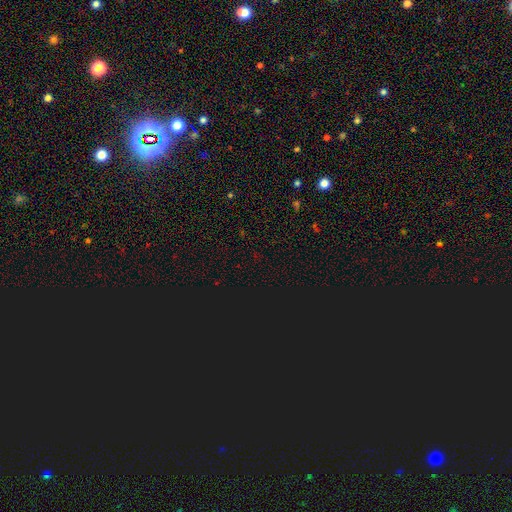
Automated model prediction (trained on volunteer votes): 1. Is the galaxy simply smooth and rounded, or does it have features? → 74% star or artifact, 19% smooth, 6% featured or disk.